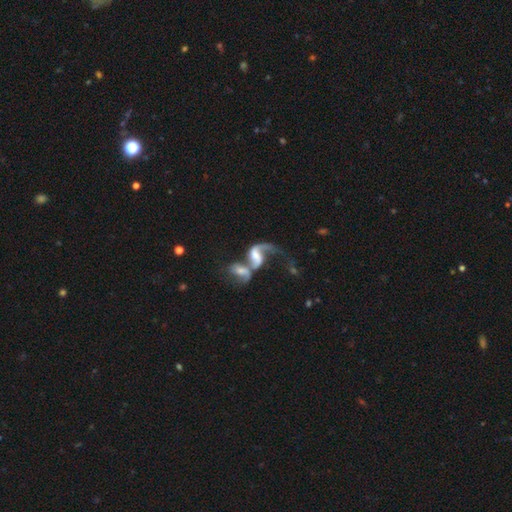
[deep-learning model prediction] Smooth or featured?
  - featured or disk: 77% *
  - smooth: 16%
  - star or artifact: 7%
Edge-on disk?
  - no: 96% *
  - yes: 4%
Bar?
  - no: 40% *
  - weak: 39%
  - strong: 21%
Spiral arms?
  - yes: 88% *
  - no: 12%
Spiral winding?
  - loose: 78% *
  - medium: 18%
  - tight: 4%
Spiral arm count?
  - 2: 66% *
  - 1: 26%
  - can't tell: 5%
  - 3: 1%
  - 4: 1%
  - more than 4: 1%
Bulge size?
  - moderate: 36% *
  - small: 23%
  - none: 21%
  - large: 16%
  - dominant: 3%
Merging?
  - merger: 74% *
  - major disturbance: 11%
  - none: 10%
  - minor disturbance: 5%